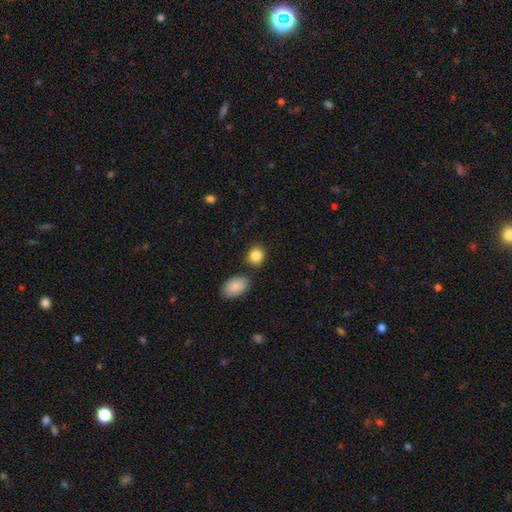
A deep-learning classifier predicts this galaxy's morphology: smooth_or_featured: smooth (p=0.86) [alt: star or artifact p=0.08]
how_rounded: round (p=0.63) [alt: in between p=0.35]
merging: none (p=0.76) [alt: minor disturbance p=0.11]